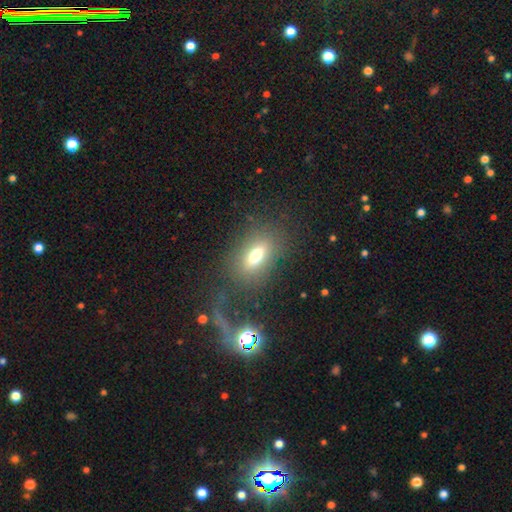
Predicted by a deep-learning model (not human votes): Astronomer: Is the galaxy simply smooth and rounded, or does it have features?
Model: smooth — 67%.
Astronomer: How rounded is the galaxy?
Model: in between — 80%.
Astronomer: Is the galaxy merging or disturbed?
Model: none — 73%.